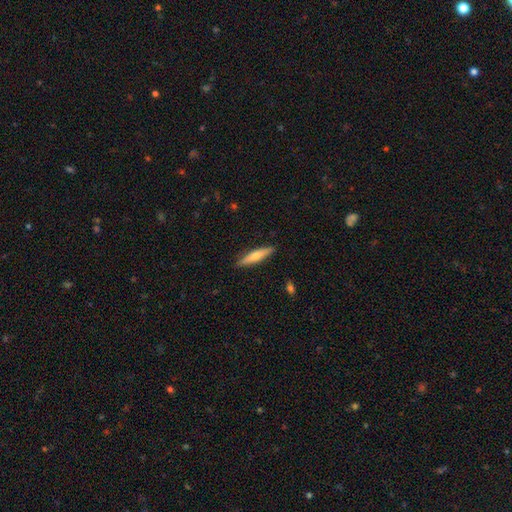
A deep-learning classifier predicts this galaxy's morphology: A smooth galaxy with no disk features (64%) that is cigar-shaped (85%). Merging: none (89%).